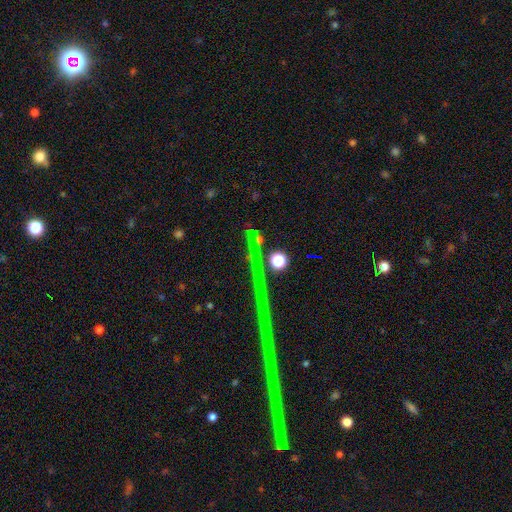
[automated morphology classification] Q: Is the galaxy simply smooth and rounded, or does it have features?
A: star or artifact — 63%.